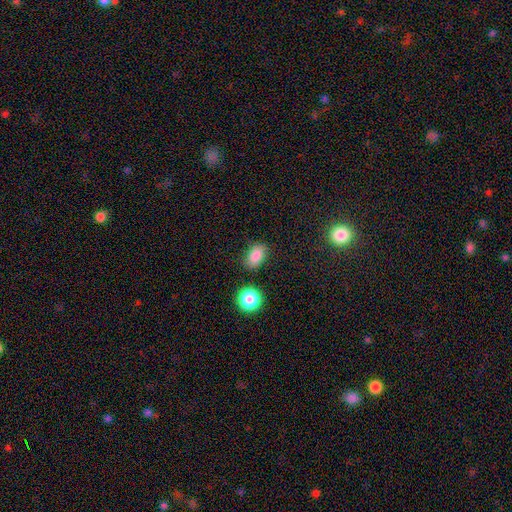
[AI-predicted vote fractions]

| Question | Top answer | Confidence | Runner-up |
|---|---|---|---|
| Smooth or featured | smooth | 84% | star or artifact (10%) |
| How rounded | in between | 85% | round (13%) |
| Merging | none | 77% | minor disturbance (15%) |